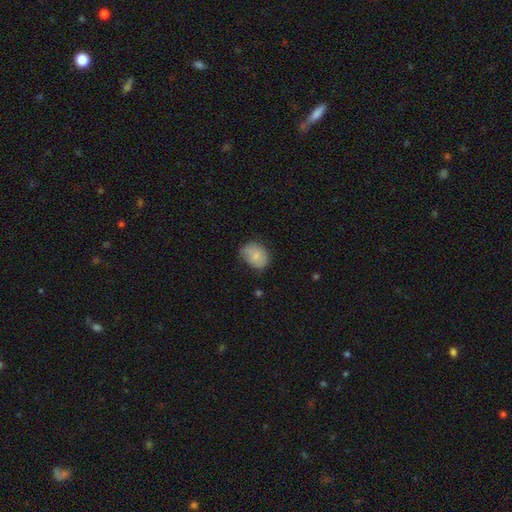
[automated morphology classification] A smooth galaxy with no disk features (80%) that is in between round and cigar-shaped (61%). Merging: none (58%).